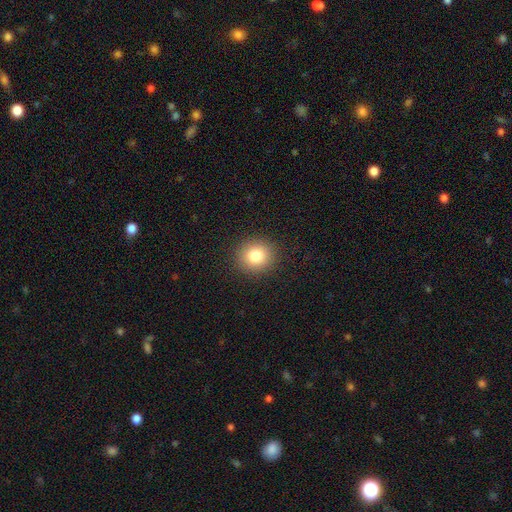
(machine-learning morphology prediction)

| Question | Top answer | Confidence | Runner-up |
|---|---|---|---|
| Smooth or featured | smooth | 82% | star or artifact (11%) |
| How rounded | round | 86% | in between (13%) |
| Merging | none | 91% | minor disturbance (6%) |